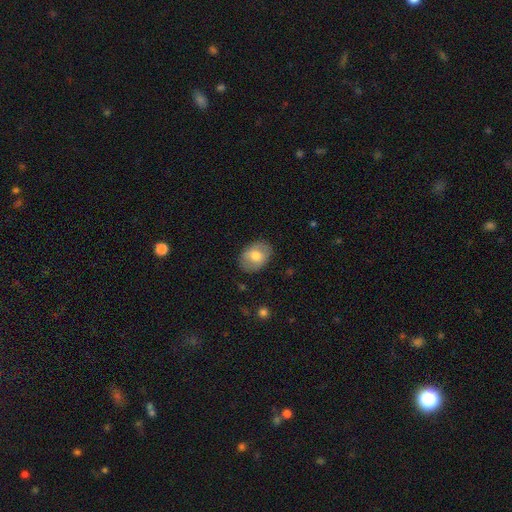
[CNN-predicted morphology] Q: Smooth or featured?
A: smooth (68%); runner-up: featured or disk (25%)
Q: How rounded?
A: in between (72%); runner-up: round (27%)
Q: Merging?
A: none (83%); runner-up: minor disturbance (13%)